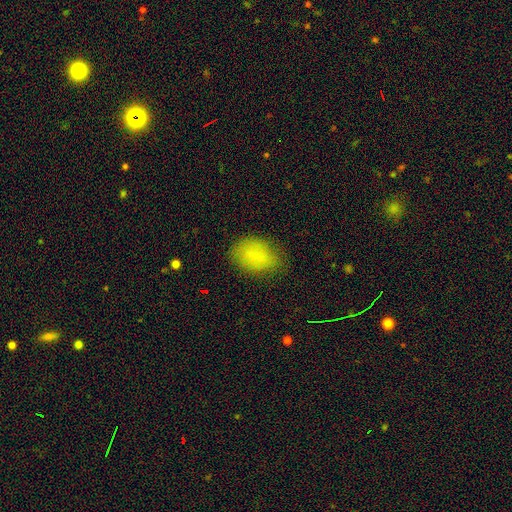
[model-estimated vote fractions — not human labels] Smooth or featured? Predicted: smooth (p=0.77). How rounded? Predicted: in between (p=0.79). Merging? Predicted: none (p=0.75).